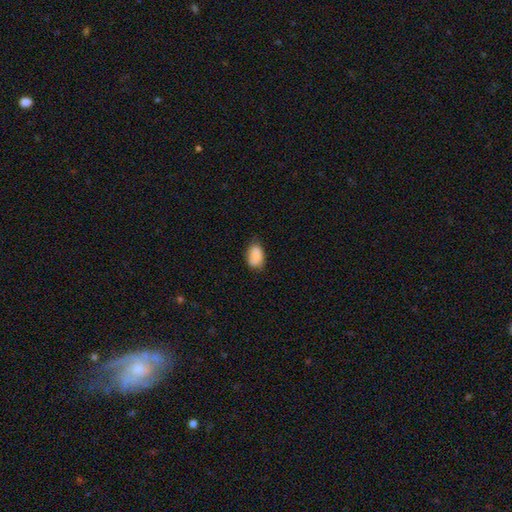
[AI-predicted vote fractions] A smooth galaxy with no disk features (87%) that is in between round and cigar-shaped (88%). Merging: none (70%).